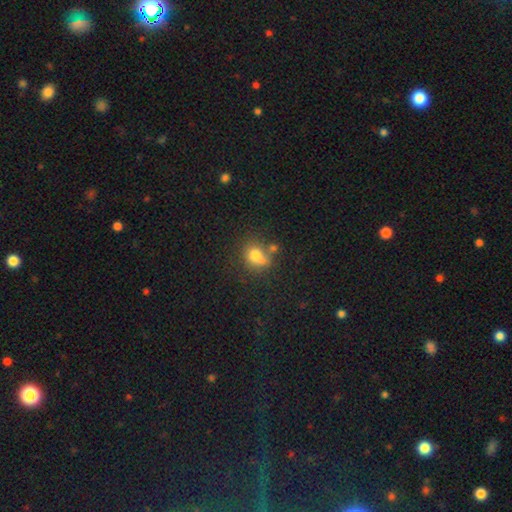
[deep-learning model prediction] Smooth or featured?
  - smooth: 72% *
  - star or artifact: 14%
  - featured or disk: 14%
How rounded?
  - round: 67% *
  - in between: 31%
  - cigar-shaped: 1%
Merging?
  - none: 44% *
  - merger: 32%
  - minor disturbance: 16%
  - major disturbance: 9%